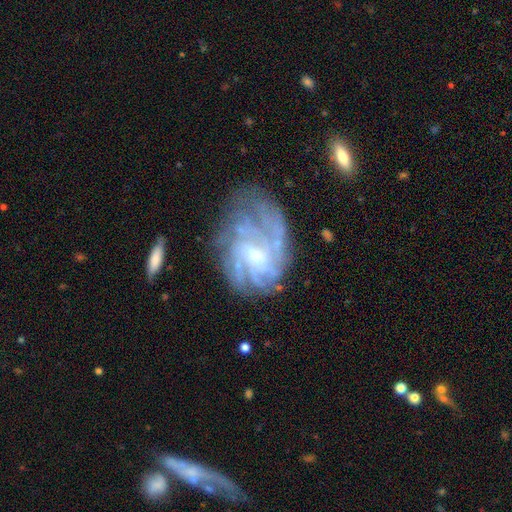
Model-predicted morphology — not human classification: This appears to be a featured or disk galaxy (81%) with a weak bar (46%), tight (53%) spiral arms (89%) and a small central bulge (45%). Merging: none (58%).